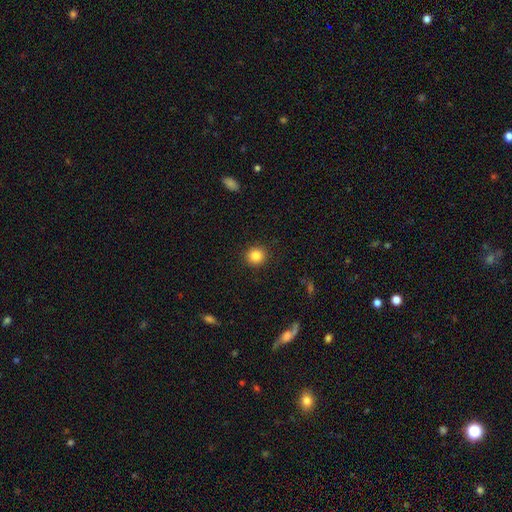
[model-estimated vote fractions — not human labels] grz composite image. It shows a smooth galaxy with no disk features (84%) that is round (91%). Merging: none (92%).